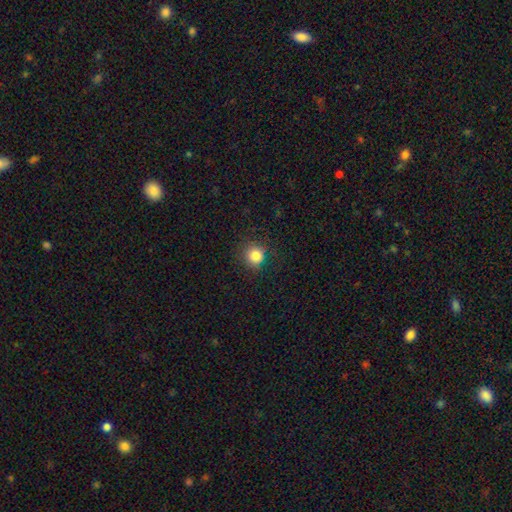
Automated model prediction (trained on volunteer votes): Q: Smooth or featured?
A: smooth (83%); runner-up: star or artifact (12%)
Q: How rounded?
A: round (93%); runner-up: in between (6%)
Q: Merging?
A: none (86%); runner-up: minor disturbance (9%)